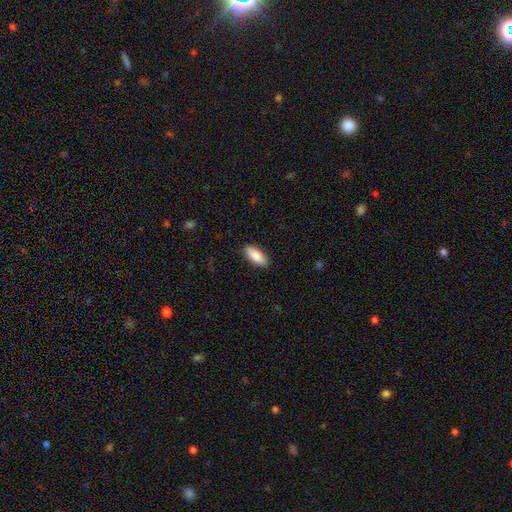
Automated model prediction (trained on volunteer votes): Morphology: type=smooth (88%); roundness=in between (85%); merging=none (89%).